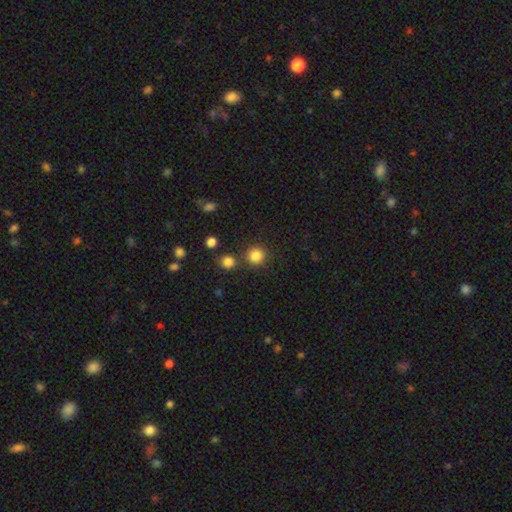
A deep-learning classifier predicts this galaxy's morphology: Q: Smooth or featured?
A: smooth (84%); runner-up: star or artifact (12%)
Q: How rounded?
A: round (93%); runner-up: in between (7%)
Q: Merging?
A: none (82%); runner-up: merger (8%)